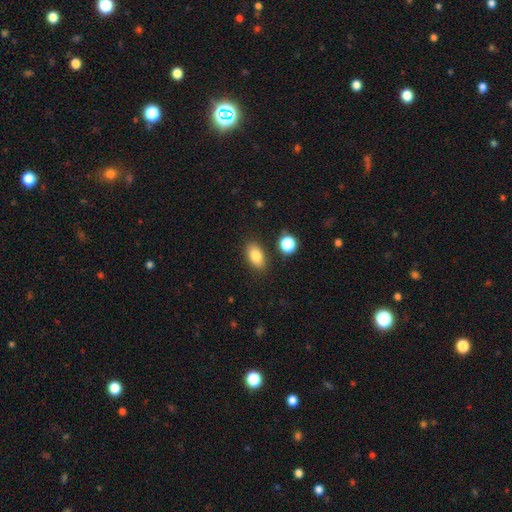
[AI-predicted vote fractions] This appears to be a smooth galaxy with no disk features (83%) that is in between round and cigar-shaped (88%). Merging: none (85%).